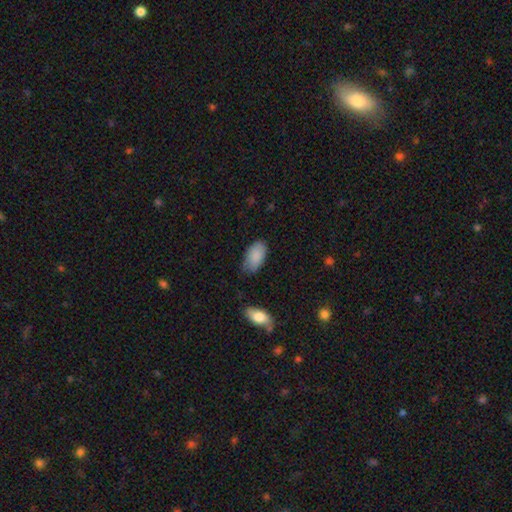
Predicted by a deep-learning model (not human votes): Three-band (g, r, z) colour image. It shows a smooth galaxy with no disk features (87%) that is in between round and cigar-shaped (95%). Merging: none (70%).